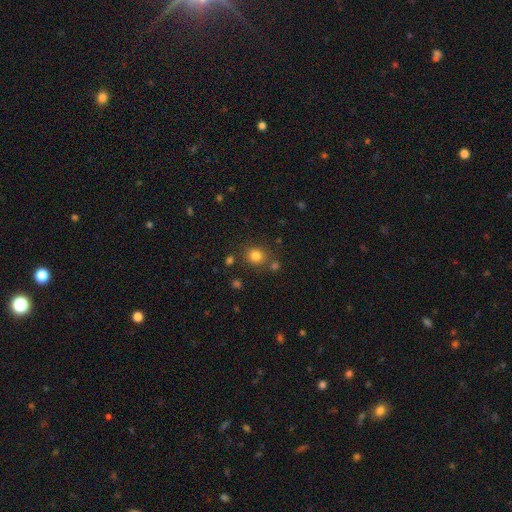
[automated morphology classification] Overall: smooth (81%). How rounded: round (83%). Merging: none (77%).